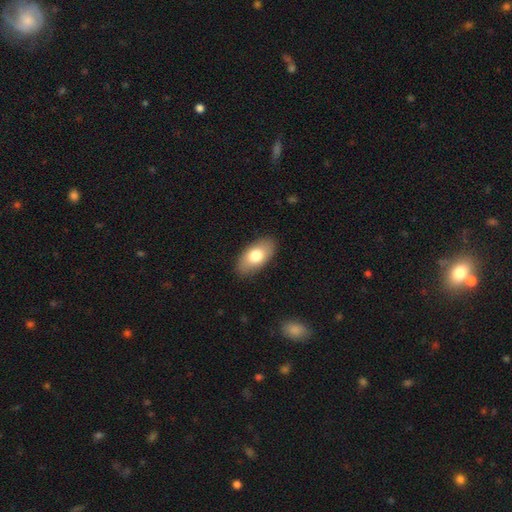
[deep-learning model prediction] Smooth or featured: smooth — 74% (featured or disk — 20%)
How rounded: in between — 93% (round — 4%)
Merging: none — 87% (minor disturbance — 10%)